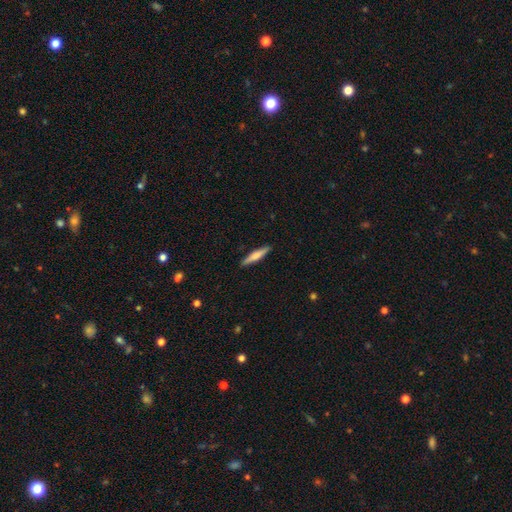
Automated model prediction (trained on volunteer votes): Smooth or featured?
  - smooth: 60% *
  - featured or disk: 35%
  - star or artifact: 5%
How rounded?
  - cigar-shaped: 89% *
  - in between: 9%
  - round: 2%
Merging?
  - none: 91% *
  - minor disturbance: 7%
  - major disturbance: 1%
  - merger: 1%